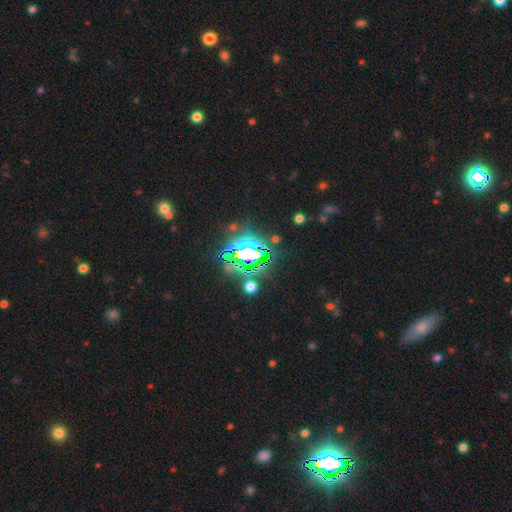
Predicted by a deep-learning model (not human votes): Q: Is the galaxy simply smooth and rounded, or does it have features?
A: star or artifact — 79%.